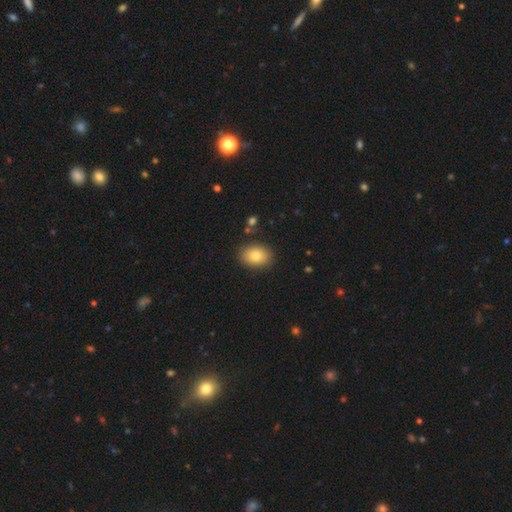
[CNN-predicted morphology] Overall: smooth (80%). How rounded: in between (75%). Merging: none (87%).